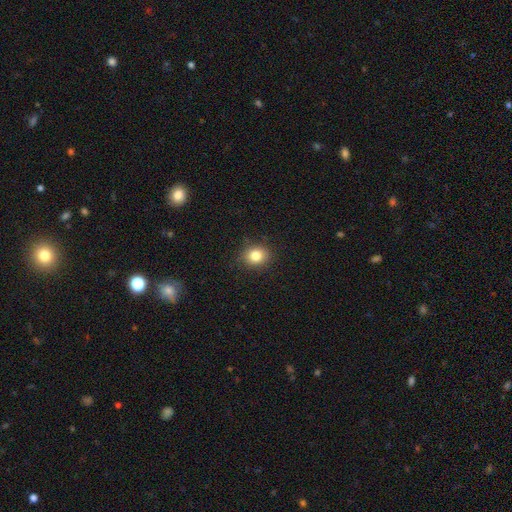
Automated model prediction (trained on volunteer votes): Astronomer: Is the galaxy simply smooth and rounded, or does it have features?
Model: smooth — 83%.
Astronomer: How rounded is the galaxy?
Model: round — 70%.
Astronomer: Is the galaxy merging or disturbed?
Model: none — 86%.